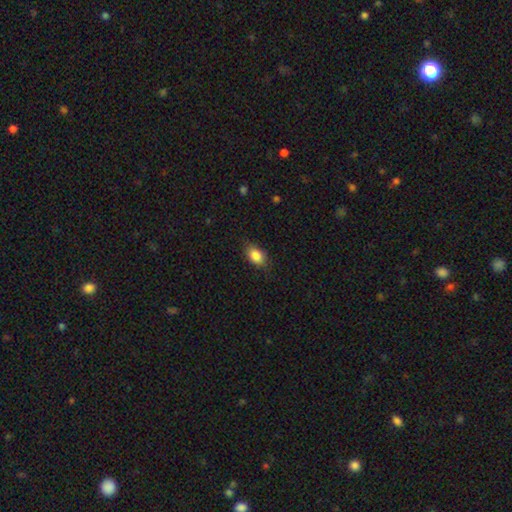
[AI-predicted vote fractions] smooth 85%, star or artifact 8%, featured or disk 7%. Down the decision tree: how rounded — in between (81%); merging — none (79%).